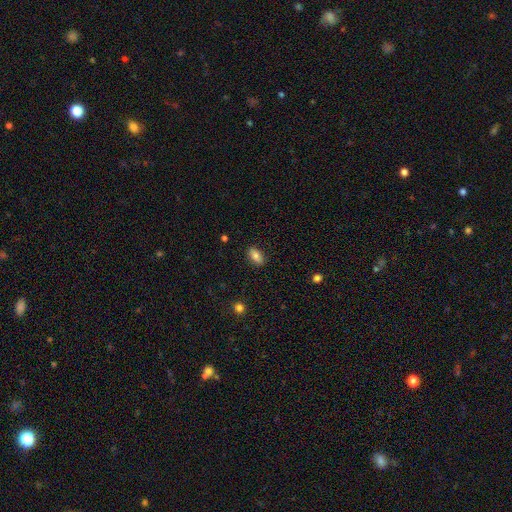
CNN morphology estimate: smooth 83%, featured or disk 9%, star or artifact 8%. Down the decision tree: how rounded — in between (89%); merging — none (87%).